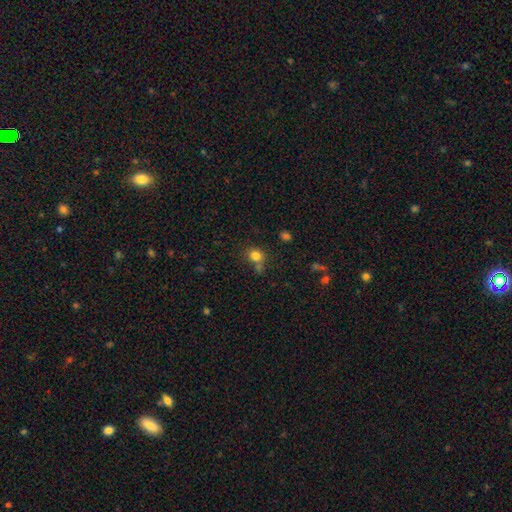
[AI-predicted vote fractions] smooth 80%, star or artifact 13%, featured or disk 7%. Down the decision tree: how rounded — round (80%); merging — none (59%).